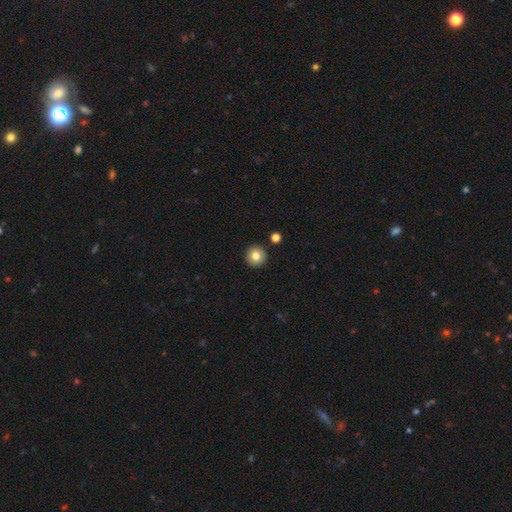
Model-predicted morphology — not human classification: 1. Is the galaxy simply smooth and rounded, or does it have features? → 81% smooth, 10% featured or disk, 9% star or artifact.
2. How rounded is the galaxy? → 95% round, 4% in between, 1% cigar-shaped.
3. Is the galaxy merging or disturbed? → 92% none, 5% minor disturbance, 2% merger, 1% major disturbance.